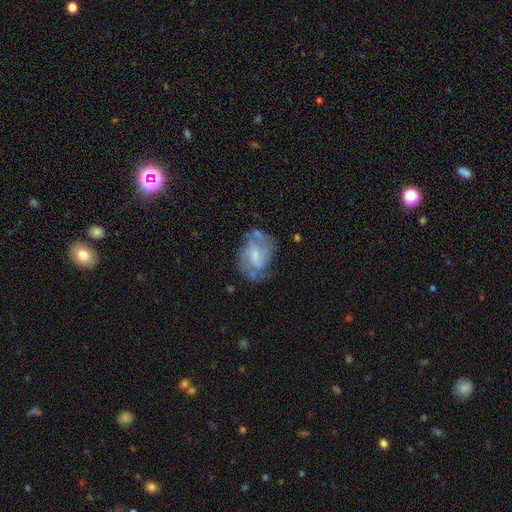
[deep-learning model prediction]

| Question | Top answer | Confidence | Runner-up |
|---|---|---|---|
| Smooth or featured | featured or disk | 73% | smooth (20%) |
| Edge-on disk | no | 97% | yes (3%) |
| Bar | weak | 54% | no (24%) |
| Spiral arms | yes | 87% | no (13%) |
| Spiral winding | medium | 48% | tight (32%) |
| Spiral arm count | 2 | 58% | can't tell (21%) |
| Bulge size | small | 42% | moderate (31%) |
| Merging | none | 58% | minor disturbance (24%) |